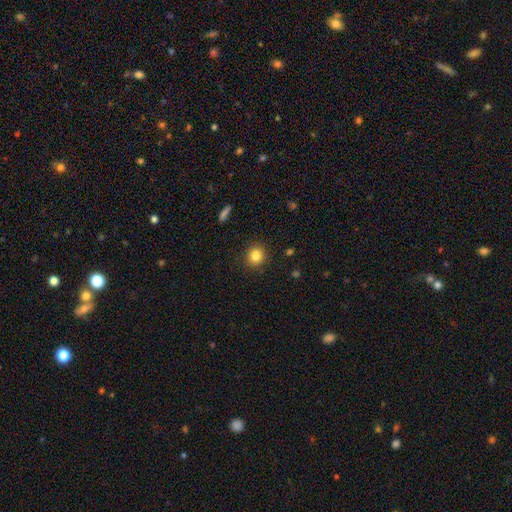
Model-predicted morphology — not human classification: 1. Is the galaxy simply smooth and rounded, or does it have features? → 83% smooth, 11% star or artifact, 6% featured or disk.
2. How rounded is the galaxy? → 89% round, 10% in between, 1% cigar-shaped.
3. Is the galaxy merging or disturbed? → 90% none, 7% minor disturbance, 2% major disturbance, 1% merger.